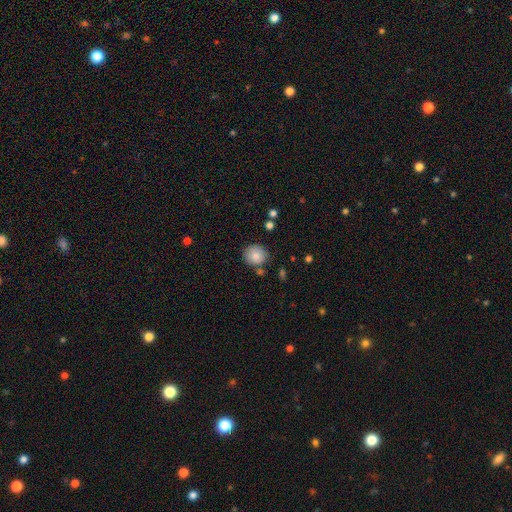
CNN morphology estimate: Smooth or featured: smooth — 82% (star or artifact — 9%)
How rounded: round — 87% (in between — 12%)
Merging: none — 81% (minor disturbance — 11%)